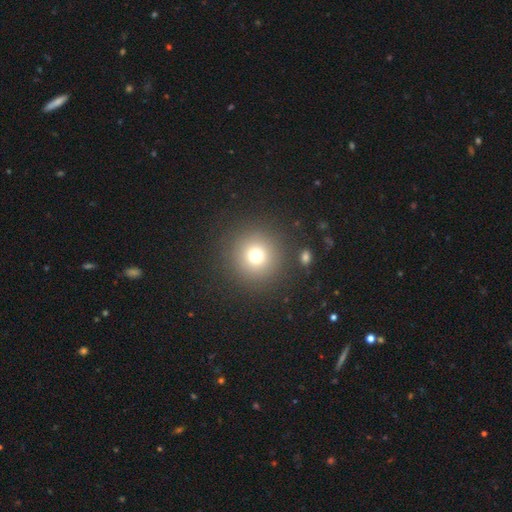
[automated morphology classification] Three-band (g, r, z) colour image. It shows a smooth galaxy with no disk features (72%) that is round (96%). Merging: none (88%).